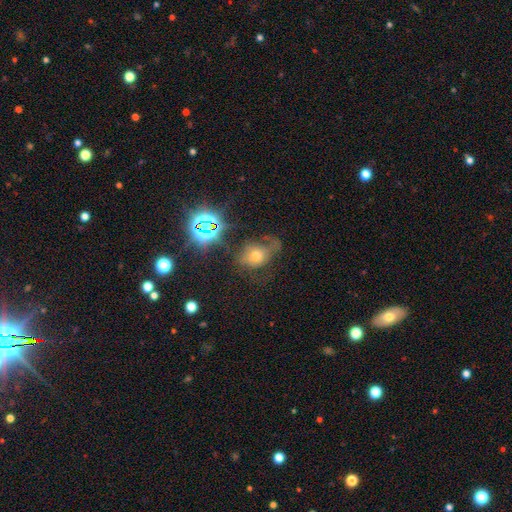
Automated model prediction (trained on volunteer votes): smooth 47%, star or artifact 27%, featured or disk 26%. Down the decision tree: merging — none (39%).